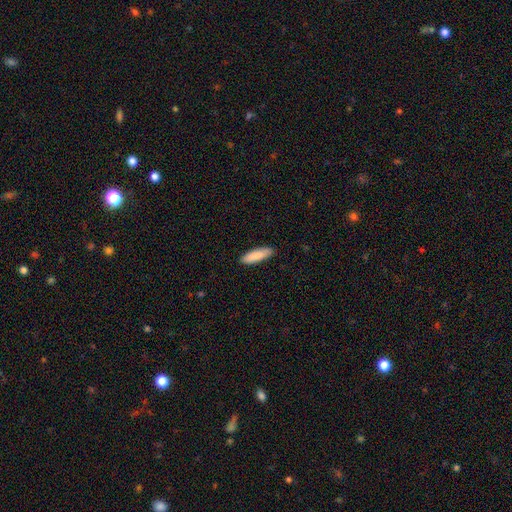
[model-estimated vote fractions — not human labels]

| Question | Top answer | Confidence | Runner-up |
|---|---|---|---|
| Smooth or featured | smooth | 89% | featured or disk (6%) |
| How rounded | cigar-shaped | 59% | in between (39%) |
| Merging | none | 89% | minor disturbance (9%) |